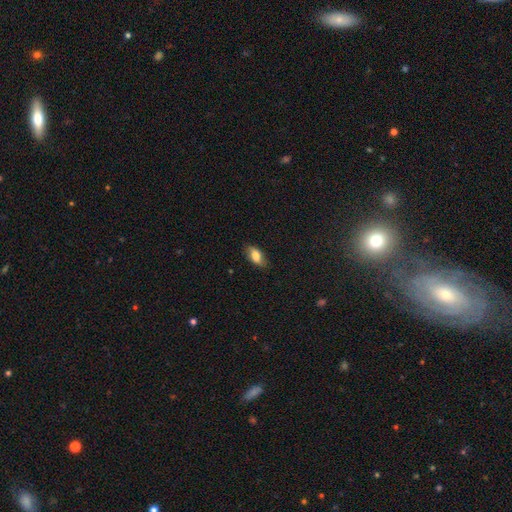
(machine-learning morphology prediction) A smooth galaxy with no disk features (73%) that is in between round and cigar-shaped (87%). Merging: none (80%).